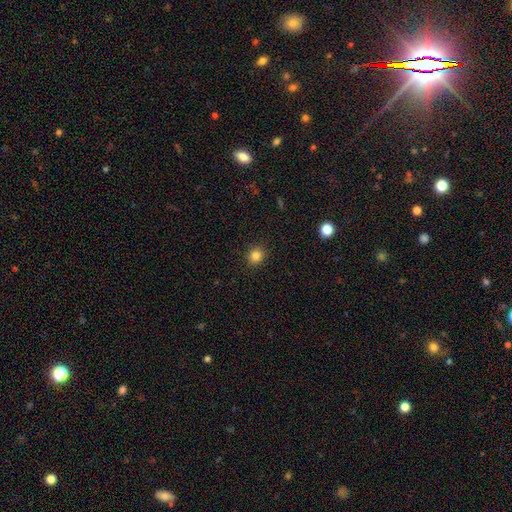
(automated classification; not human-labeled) Smooth or featured? Predicted: smooth (p=0.84). How rounded? Predicted: round (p=0.84). Merging? Predicted: none (p=0.91).